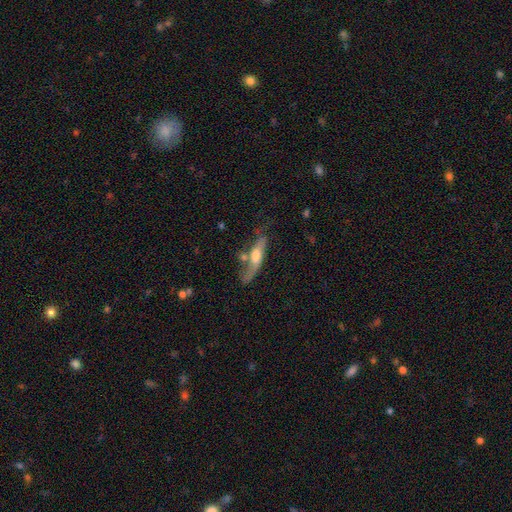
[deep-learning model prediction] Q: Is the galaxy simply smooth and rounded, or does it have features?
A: featured or disk — 51%.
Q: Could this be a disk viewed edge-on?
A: yes — 56%.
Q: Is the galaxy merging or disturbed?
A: none — 39%.